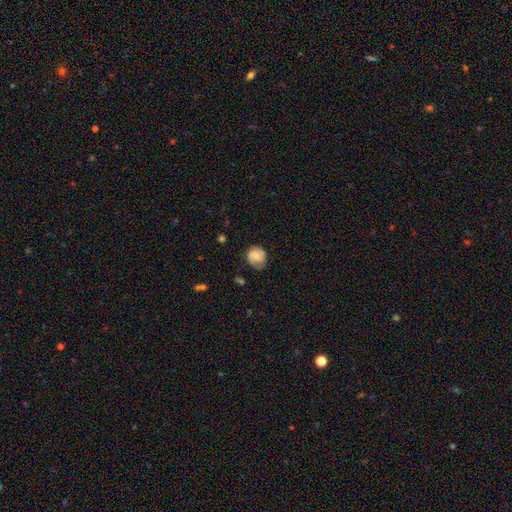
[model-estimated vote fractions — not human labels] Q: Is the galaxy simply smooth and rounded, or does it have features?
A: smooth — 54%.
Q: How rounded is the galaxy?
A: round — 70%.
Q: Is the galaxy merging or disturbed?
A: none — 64%.